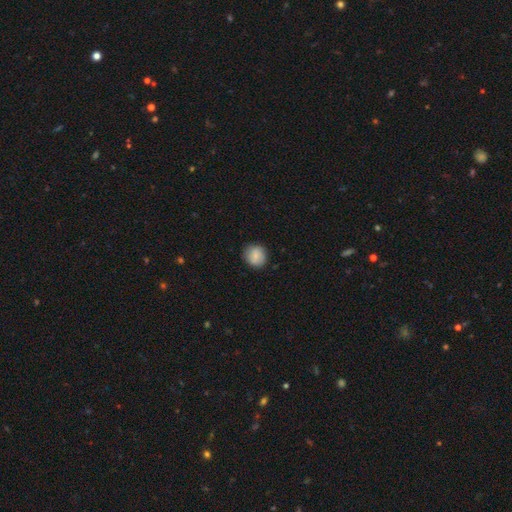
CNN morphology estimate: Smooth or featured? Predicted: smooth (p=0.82). How rounded? Predicted: round (p=0.86). Merging? Predicted: none (p=0.84).